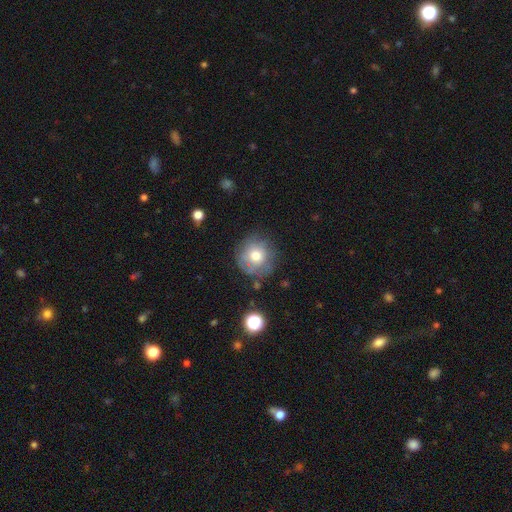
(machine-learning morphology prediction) Overall: smooth (64%; featured or disk 26%). How rounded: round (91%). Merging: none (69%).